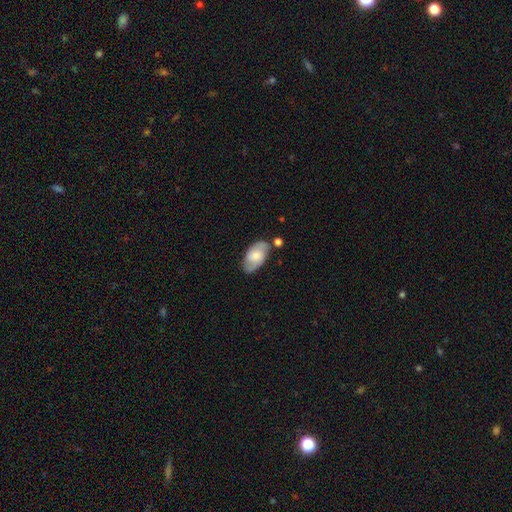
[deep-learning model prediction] Smooth or featured?
  - smooth: 51% *
  - featured or disk: 43%
  - star or artifact: 6%
How rounded?
  - in between: 93% *
  - round: 4%
  - cigar-shaped: 3%
Merging?
  - none: 67% *
  - minor disturbance: 19%
  - merger: 9%
  - major disturbance: 5%